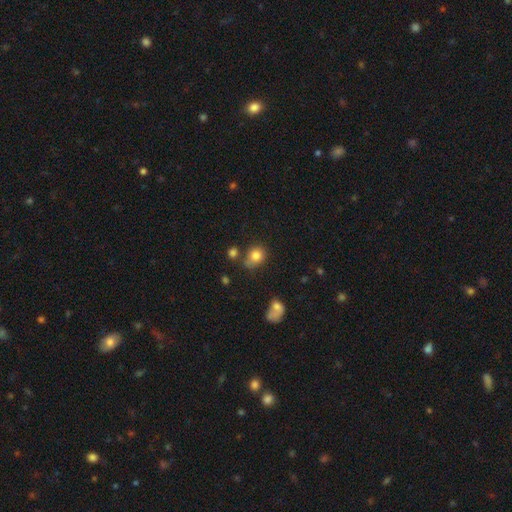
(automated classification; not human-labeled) Smooth or featured? smooth (81%)
How rounded? round (65%)
Merging? none (57%)